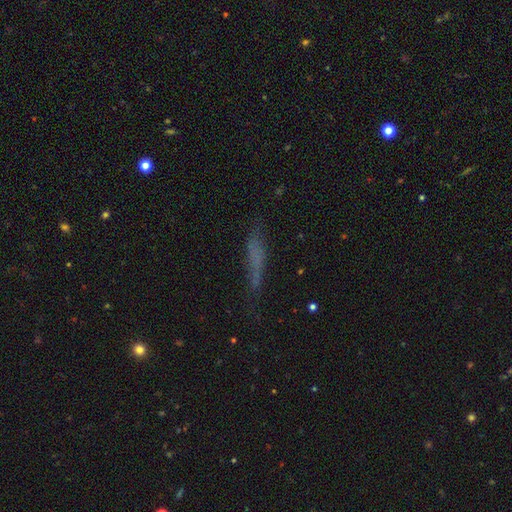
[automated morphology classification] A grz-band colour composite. It shows a smooth galaxy with no disk features (55%) that is cigar-shaped (85%). Merging: none (61%).